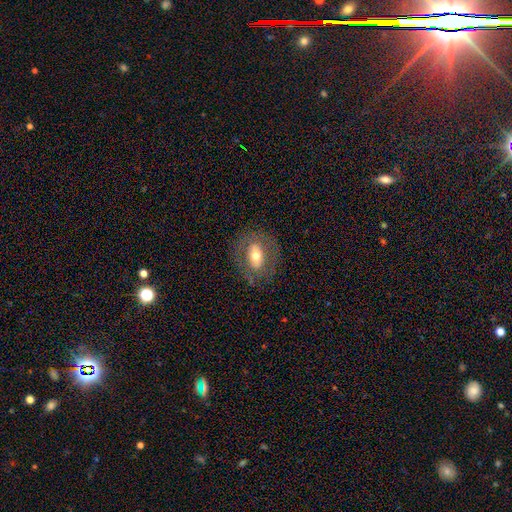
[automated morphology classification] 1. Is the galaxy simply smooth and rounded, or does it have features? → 47% smooth, 45% featured or disk, 8% star or artifact.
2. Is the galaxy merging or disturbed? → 78% none, 13% minor disturbance, 8% major disturbance, 1% merger.